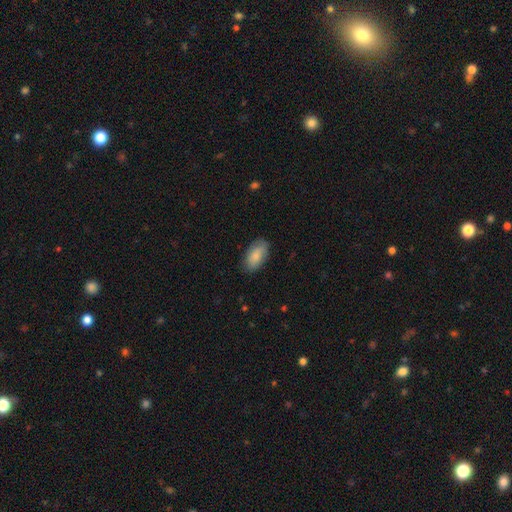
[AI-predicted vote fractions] Smooth or featured?
  - smooth: 84% *
  - featured or disk: 10%
  - star or artifact: 6%
How rounded?
  - in between: 94% *
  - cigar-shaped: 3%
  - round: 3%
Merging?
  - none: 82% *
  - minor disturbance: 14%
  - major disturbance: 3%
  - merger: 1%